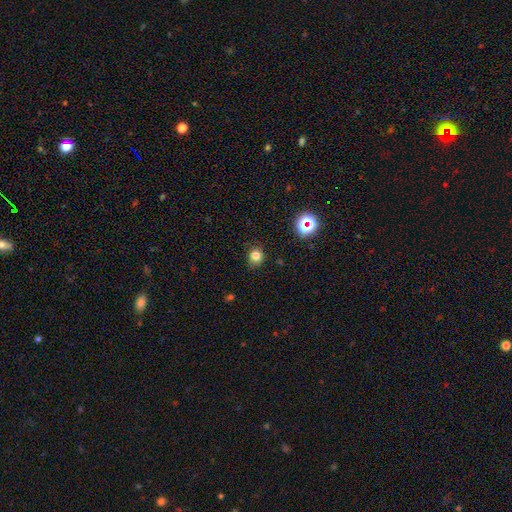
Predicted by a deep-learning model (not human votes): Morphology: type=smooth (78%); roundness=round (80%); merging=none (83%).